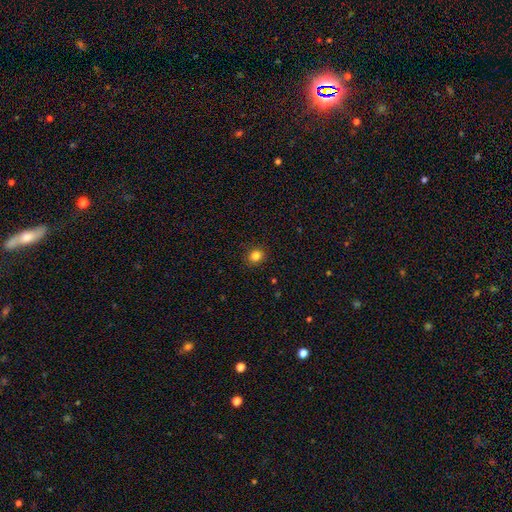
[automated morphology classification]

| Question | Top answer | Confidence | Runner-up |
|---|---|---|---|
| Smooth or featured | smooth | 84% | star or artifact (12%) |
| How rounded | round | 75% | in between (24%) |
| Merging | none | 89% | minor disturbance (8%) |